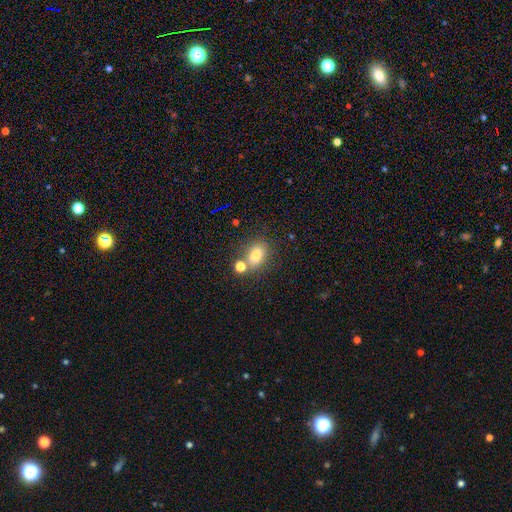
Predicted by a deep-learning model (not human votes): smooth_or_featured: smooth (p=0.75) [alt: star or artifact p=0.13]
how_rounded: in between (p=0.68) [alt: round p=0.30]
merging: none (p=0.63) [alt: merger p=0.21]